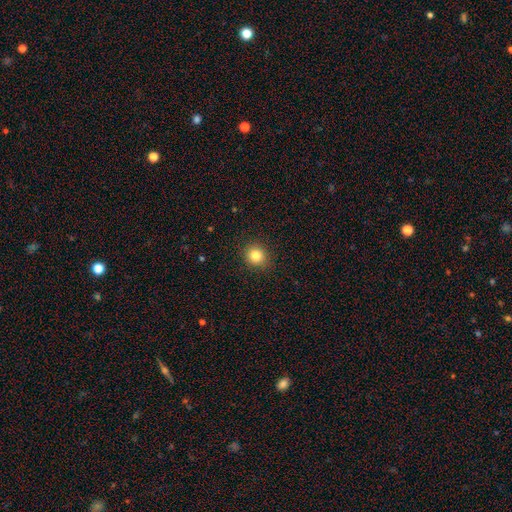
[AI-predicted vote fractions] Overall: smooth (82%). How rounded: round (88%). Merging: none (91%).